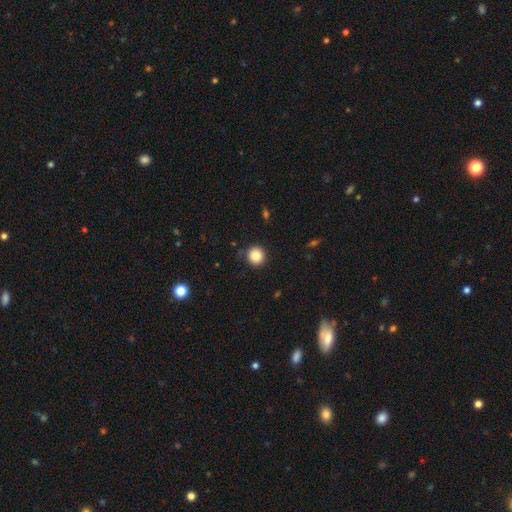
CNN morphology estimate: smooth_or_featured: smooth (p=0.85) [alt: star or artifact p=0.10]
how_rounded: round (p=0.94) [alt: in between p=0.05]
merging: none (p=0.89) [alt: minor disturbance p=0.08]